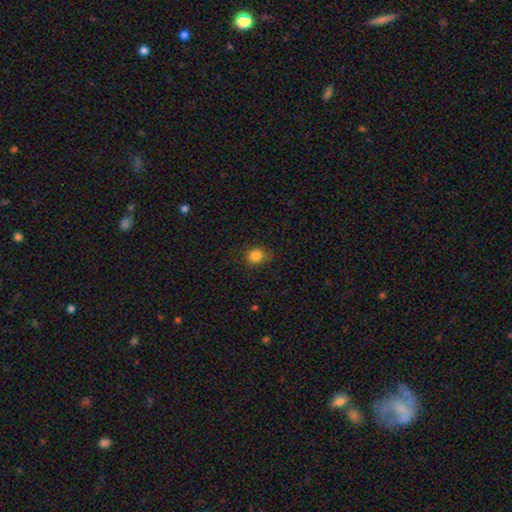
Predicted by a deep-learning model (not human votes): smooth_or_featured: smooth (p=0.84) [alt: star or artifact p=0.11]
how_rounded: round (p=0.71) [alt: in between p=0.28]
merging: none (p=0.81) [alt: minor disturbance p=0.14]